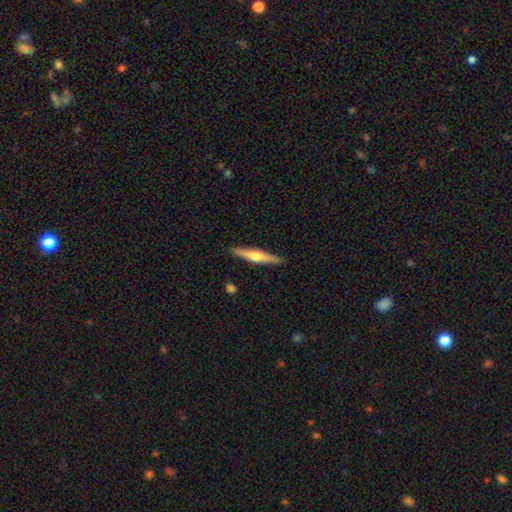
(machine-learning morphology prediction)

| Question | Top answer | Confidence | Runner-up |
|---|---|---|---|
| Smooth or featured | featured or disk | 60% | smooth (35%) |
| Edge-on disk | yes | 97% | no (3%) |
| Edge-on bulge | rounded | 87% | boxy (7%) |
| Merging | none | 90% | minor disturbance (7%) |